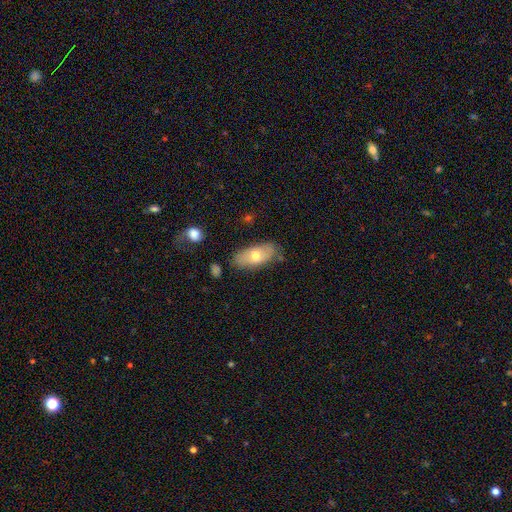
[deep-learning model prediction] The model was most divided on "smooth or featured": smooth: 65%, featured or disk: 28%, star or artifact: 7%. More confident: how rounded — in between (86%); merging — none (77%).